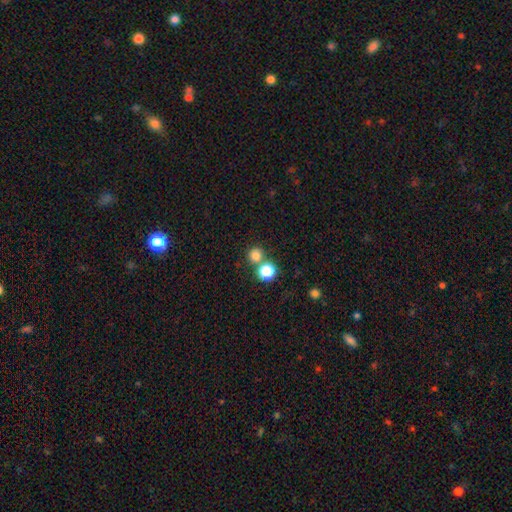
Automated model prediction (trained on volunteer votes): Smooth or featured? smooth (78%)
How rounded? round (92%)
Merging? none (70%)